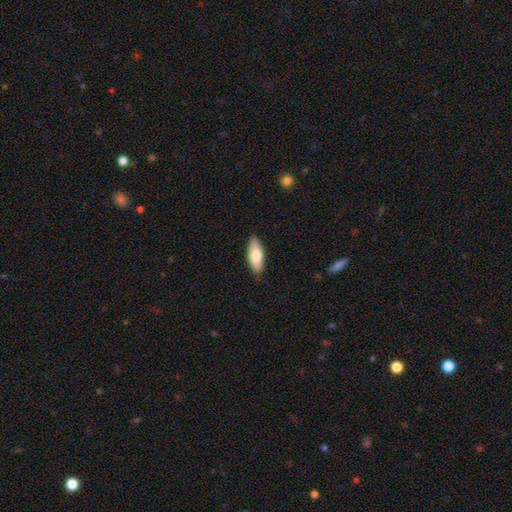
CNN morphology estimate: Overall: smooth (74%). How rounded: in between (74%). Merging: none (86%).